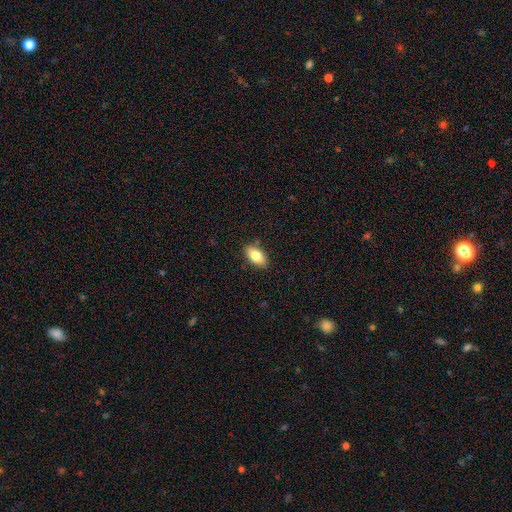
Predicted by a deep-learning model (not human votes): A smooth galaxy with no disk features (80%) that is in between round and cigar-shaped (92%). Merging: none (86%).